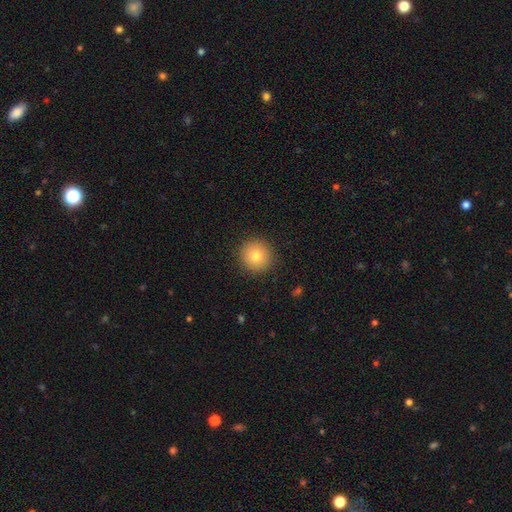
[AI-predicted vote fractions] Smooth or featured? Predicted: smooth (p=0.80). How rounded? Predicted: round (p=0.95). Merging? Predicted: none (p=0.91).